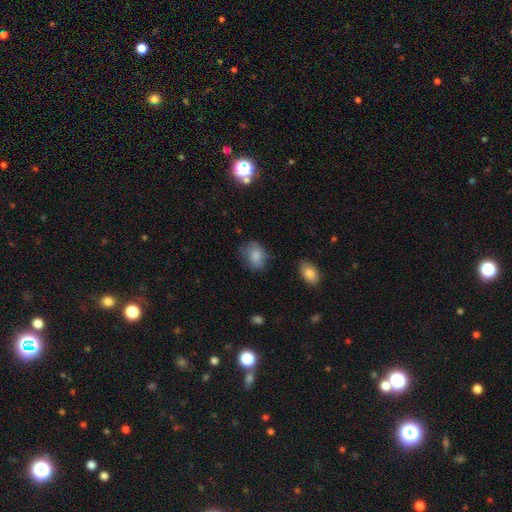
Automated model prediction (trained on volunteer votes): Overall: smooth (83%). How rounded: in between (67%; round 32%). Merging: none (65%; minor disturbance 26%).